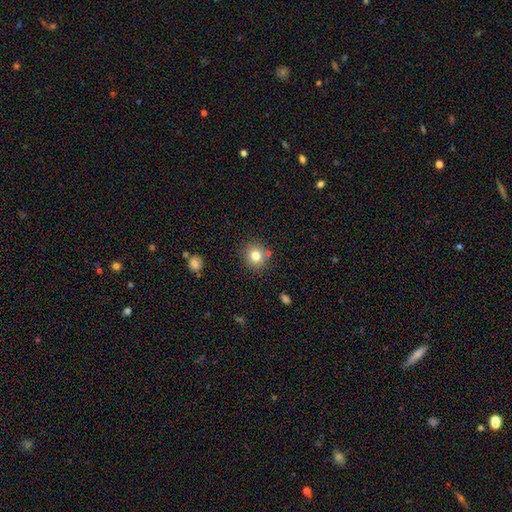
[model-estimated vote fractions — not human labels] smooth_or_featured: smooth (p=0.79) [alt: star or artifact p=0.12]
how_rounded: round (p=0.86) [alt: in between p=0.13]
merging: none (p=0.81) [alt: minor disturbance p=0.10]